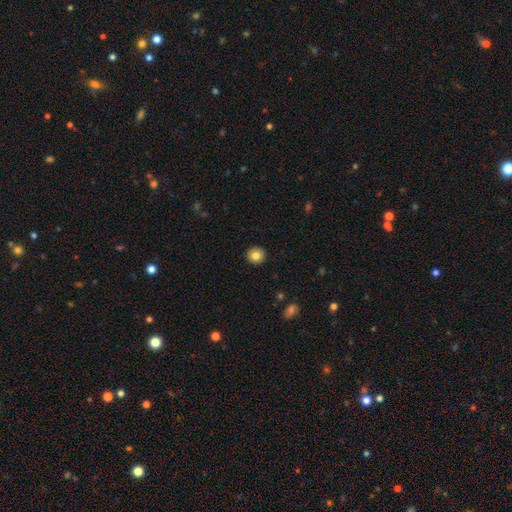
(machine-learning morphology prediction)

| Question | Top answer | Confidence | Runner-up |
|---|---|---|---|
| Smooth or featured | smooth | 82% | star or artifact (10%) |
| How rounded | round | 92% | in between (7%) |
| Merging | none | 93% | minor disturbance (5%) |